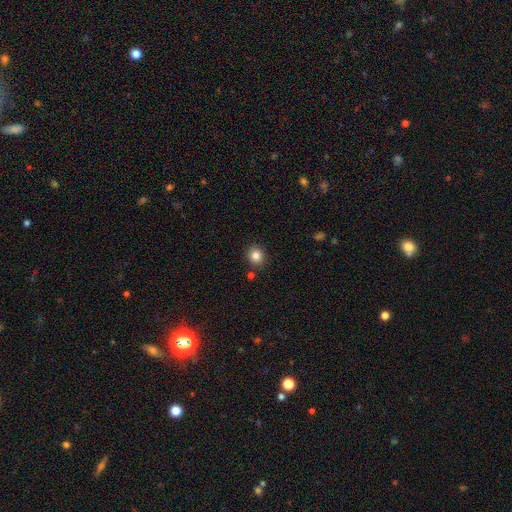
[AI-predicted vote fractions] This is clearly a smooth galaxy (84%). How rounded: likely round (80%). Merging: clearly none (86%).